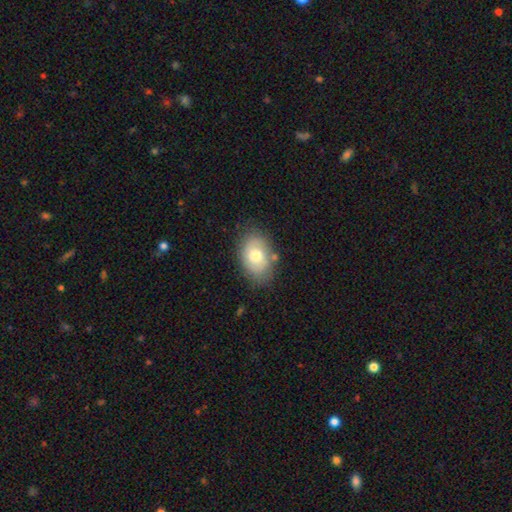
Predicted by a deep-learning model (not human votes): smooth 61%, featured or disk 32%, star or artifact 7%. Down the decision tree: how rounded — in between (82%); merging — none (73%).